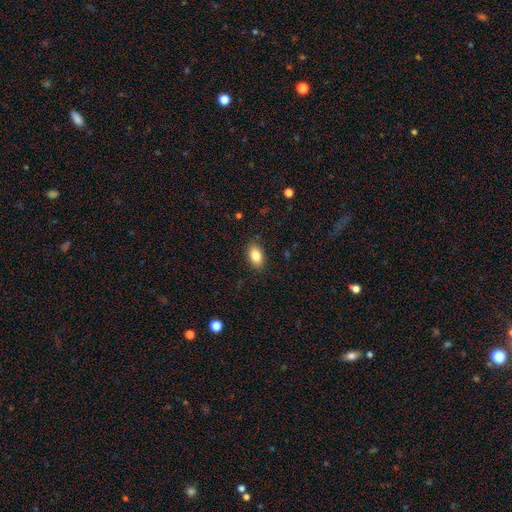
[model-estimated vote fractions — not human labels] smooth-or-featured: smooth: 84% | star or artifact: 8% | featured or disk: 8%
  how-rounded: in between: 90% | round: 8% | cigar-shaped: 2%
  merging: none: 87% | minor disturbance: 9% | major disturbance: 2% | merger: 1%